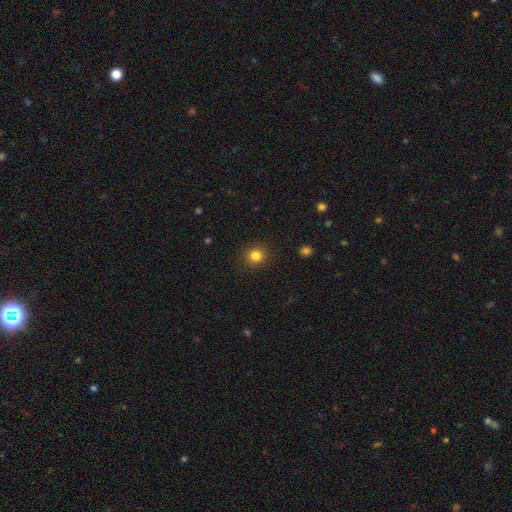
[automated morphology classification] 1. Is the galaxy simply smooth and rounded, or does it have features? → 83% smooth, 12% star or artifact, 5% featured or disk.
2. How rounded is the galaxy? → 88% round, 11% in between, 1% cigar-shaped.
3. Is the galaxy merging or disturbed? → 90% none, 6% minor disturbance, 2% major disturbance, 1% merger.